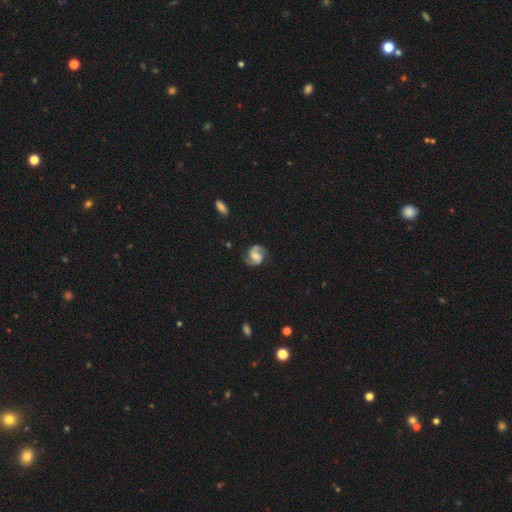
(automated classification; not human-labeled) Smooth or featured: featured or disk — 83% (smooth — 11%)
Edge-on disk: no — 98% (yes — 2%)
Bar: weak — 45% (no — 39%)
Spiral arms: yes — 97% (no — 3%)
Spiral winding: medium — 55% (tight — 26%)
Spiral arm count: 2 — 92% (can't tell — 3%)
Bulge size: moderate — 39% (small — 24%)
Merging: none — 80% (minor disturbance — 14%)